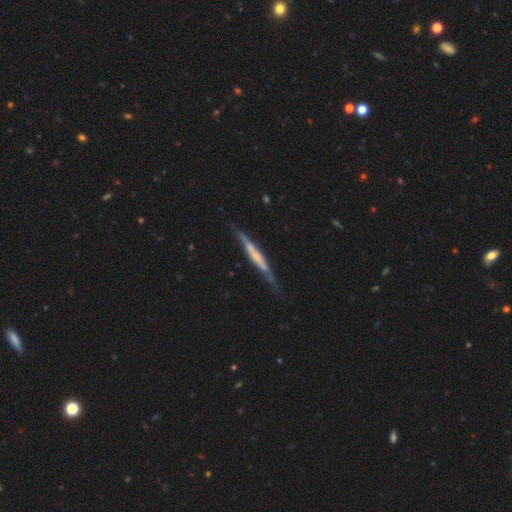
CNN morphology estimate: smooth-or-featured: featured or disk: 66% | smooth: 28% | star or artifact: 5%
  disk-edge-on: yes: 93% | no: 7%
    edge-on-bulge: none: 42% | rounded: 34% | boxy: 24%
  merging: none: 72% | minor disturbance: 20% | major disturbance: 5% | merger: 2%